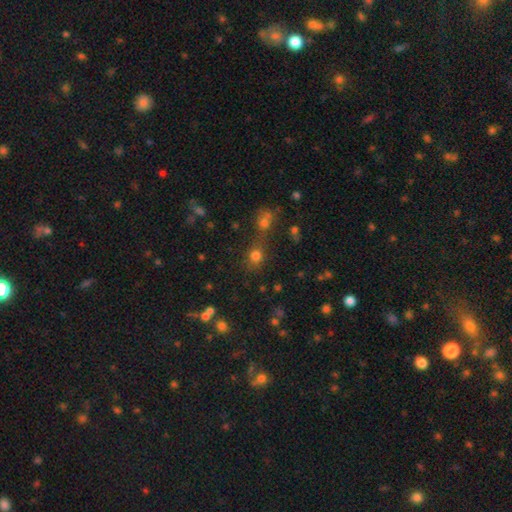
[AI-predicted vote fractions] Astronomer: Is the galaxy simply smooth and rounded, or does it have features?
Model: smooth — 74%.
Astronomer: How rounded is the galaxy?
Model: round — 80%.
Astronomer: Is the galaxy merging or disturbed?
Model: none — 56%.